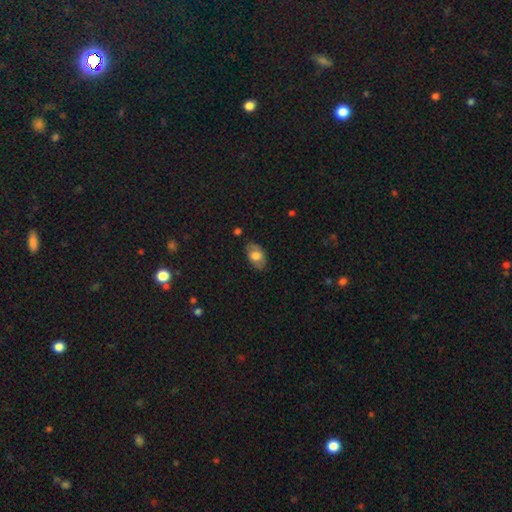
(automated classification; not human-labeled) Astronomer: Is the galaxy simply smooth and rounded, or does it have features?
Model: smooth — 72%.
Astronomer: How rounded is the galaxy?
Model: in between — 91%.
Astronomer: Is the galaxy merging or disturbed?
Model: none — 79%.